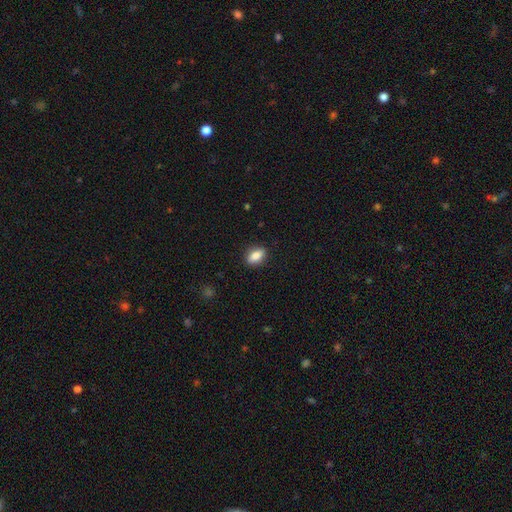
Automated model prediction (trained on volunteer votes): Smooth or featured?
  - smooth: 82% *
  - featured or disk: 10%
  - star or artifact: 8%
How rounded?
  - in between: 81% *
  - round: 13%
  - cigar-shaped: 6%
Merging?
  - none: 88% *
  - minor disturbance: 9%
  - major disturbance: 2%
  - merger: 1%